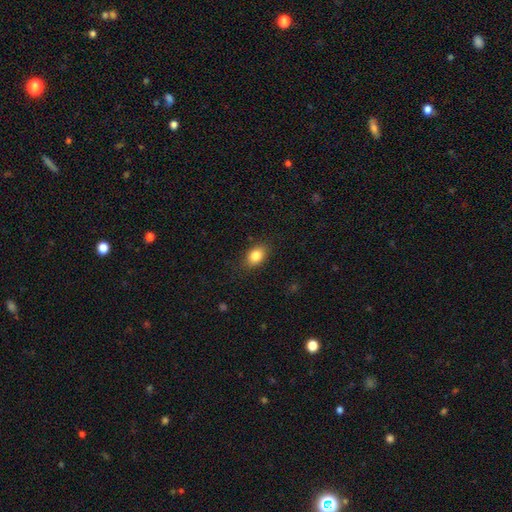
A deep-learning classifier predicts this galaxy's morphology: The model was most divided on "how rounded": in between: 80%, round: 18%, cigar-shaped: 2%. More confident: merging — none (85%); smooth or featured — smooth (84%).